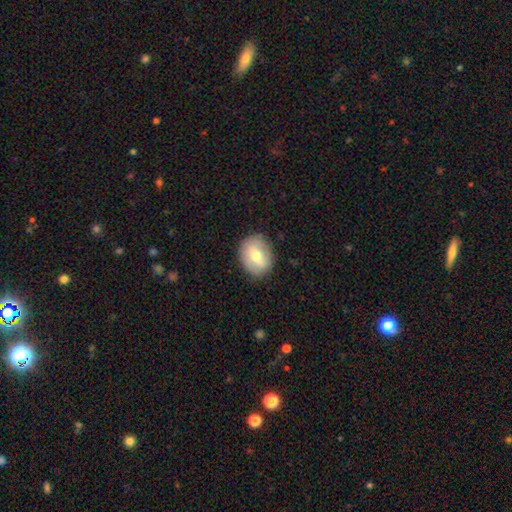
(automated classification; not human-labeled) Smooth or featured? Predicted: smooth (p=0.53). How rounded? Predicted: round (p=0.54). Merging? Predicted: none (p=0.83).